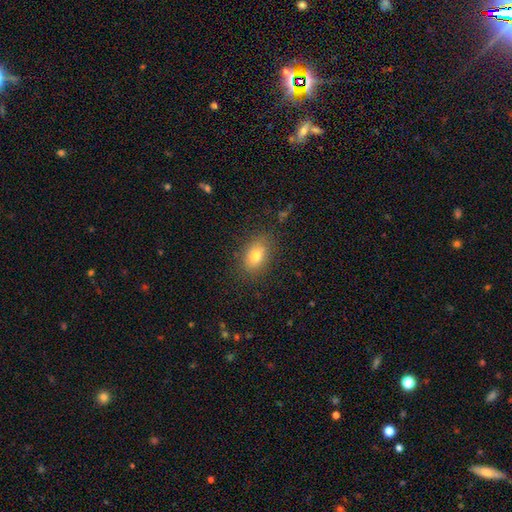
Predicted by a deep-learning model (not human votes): Overall: smooth (77%). How rounded: in between (81%). Merging: none (82%).